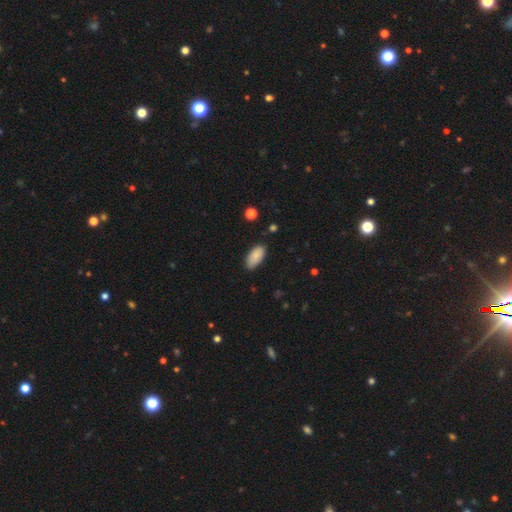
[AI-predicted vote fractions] Smooth or featured? Predicted: smooth (p=0.87). How rounded? Predicted: in between (p=0.93). Merging? Predicted: none (p=0.80).